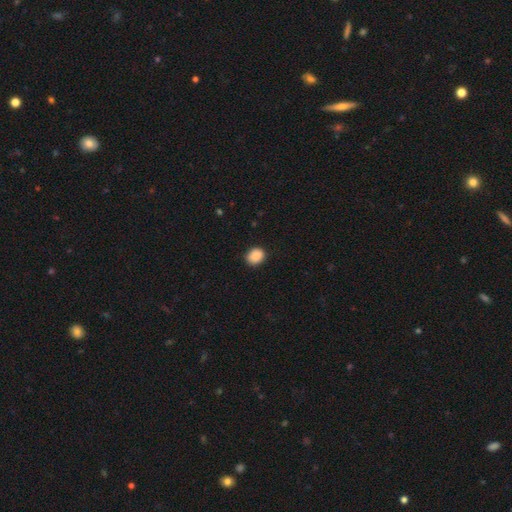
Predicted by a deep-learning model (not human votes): Q: Smooth or featured?
A: smooth (89%); runner-up: star or artifact (8%)
Q: How rounded?
A: round (66%); runner-up: in between (33%)
Q: Merging?
A: none (87%); runner-up: minor disturbance (10%)